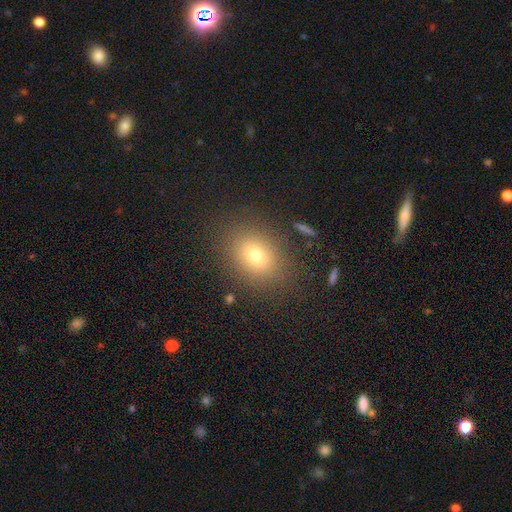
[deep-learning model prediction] Q: Smooth or featured?
A: smooth (71%); runner-up: star or artifact (16%)
Q: How rounded?
A: in between (52%); runner-up: round (47%)
Q: Merging?
A: none (85%); runner-up: minor disturbance (9%)